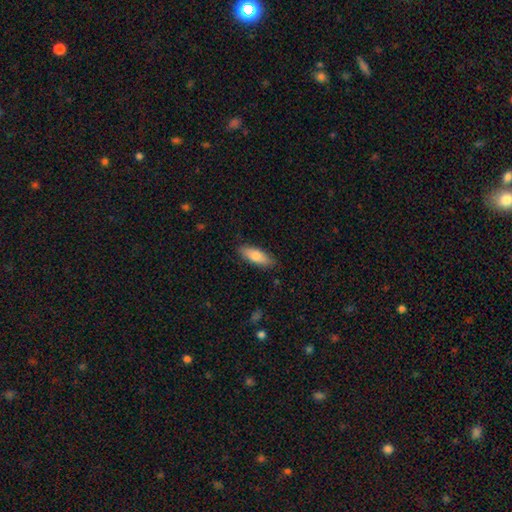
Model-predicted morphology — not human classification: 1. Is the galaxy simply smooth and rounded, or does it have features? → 79% smooth, 15% featured or disk, 6% star or artifact.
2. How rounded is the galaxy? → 67% in between, 31% cigar-shaped, 2% round.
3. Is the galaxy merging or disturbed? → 86% none, 11% minor disturbance, 2% major disturbance, 1% merger.